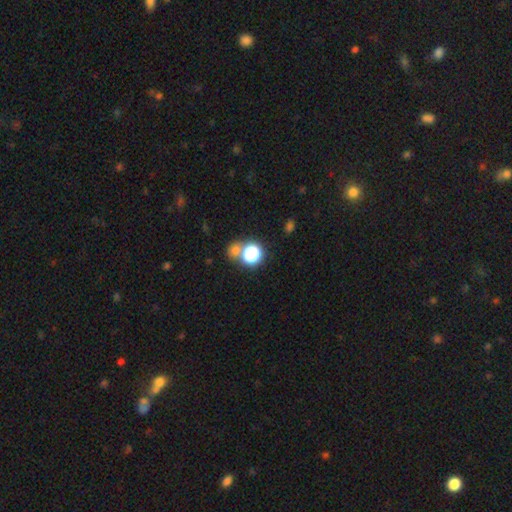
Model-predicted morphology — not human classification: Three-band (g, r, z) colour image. It shows a star or artifact, not a galaxy (51%).